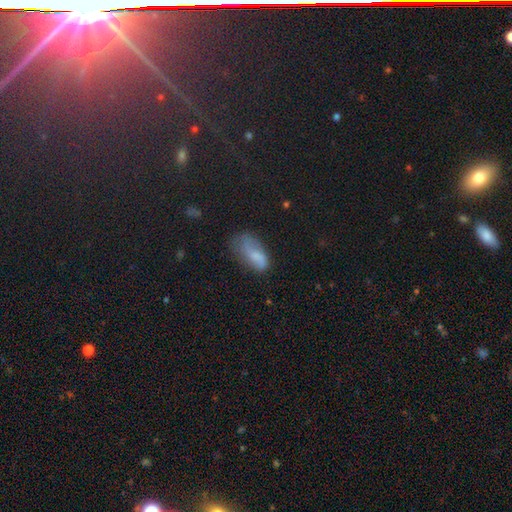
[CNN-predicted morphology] Smooth or featured? smooth (66%)
How rounded? in between (87%)
Merging? none (40%)